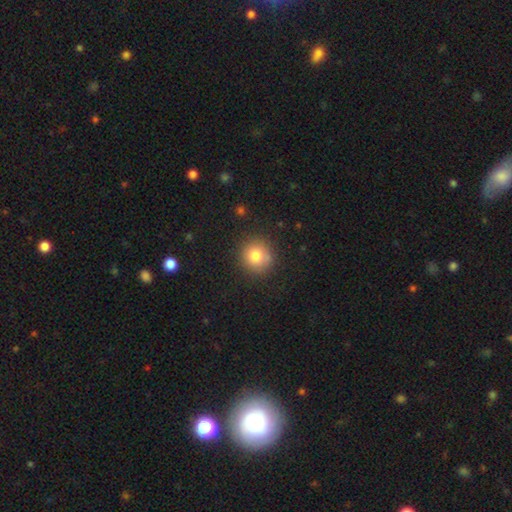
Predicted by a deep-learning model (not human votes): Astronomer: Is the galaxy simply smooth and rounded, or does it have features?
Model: smooth — 80%.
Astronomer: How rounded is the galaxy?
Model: round — 91%.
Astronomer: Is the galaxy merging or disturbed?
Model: none — 85%.